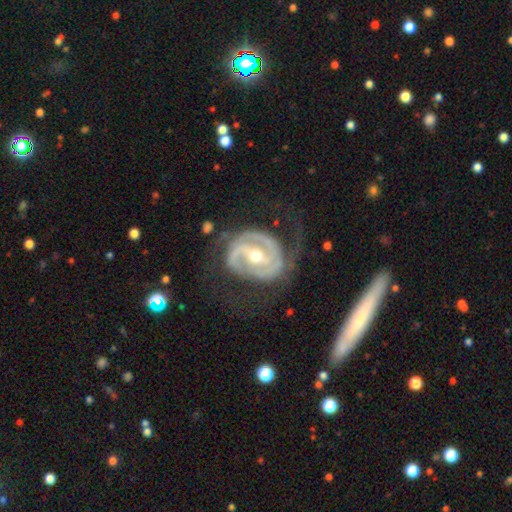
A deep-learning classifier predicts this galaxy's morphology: A featured or disk galaxy (90%) with a strong bar (47%), 2 (72%) tight (49%) spiral arms (95%) and a moderate central bulge (55%). Merging: none (57%).